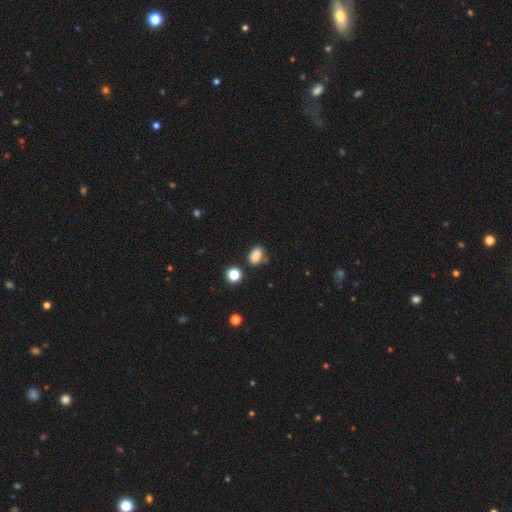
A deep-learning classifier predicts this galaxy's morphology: Smooth or featured? smooth (84%)
How rounded? in between (80%)
Merging? none (70%)